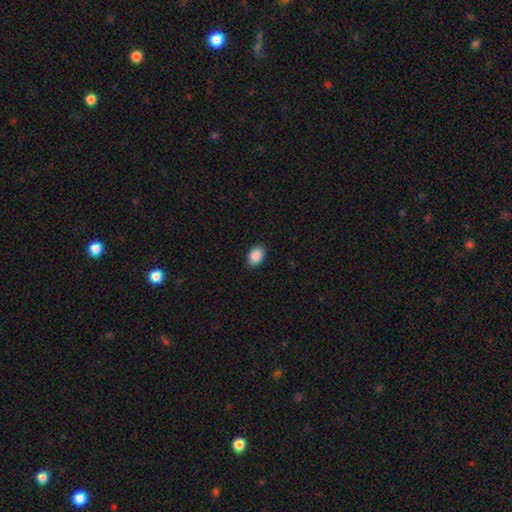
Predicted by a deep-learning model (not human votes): smooth_or_featured: smooth (p=0.90) [alt: star or artifact p=0.07]
how_rounded: in between (p=0.85) [alt: round p=0.14]
merging: none (p=0.89) [alt: minor disturbance p=0.08]